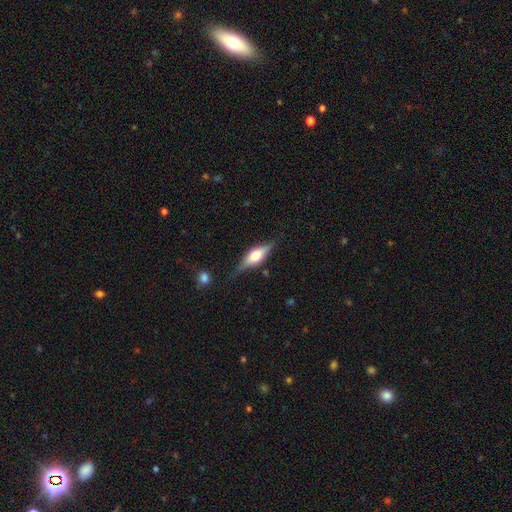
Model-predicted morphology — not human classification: smooth-or-featured: featured or disk: 58% | smooth: 36% | star or artifact: 7%
  disk-edge-on: yes: 92% | no: 8%
    edge-on-bulge: rounded: 89% | boxy: 9% | none: 2%
  merging: none: 75% | minor disturbance: 17% | major disturbance: 5% | merger: 3%